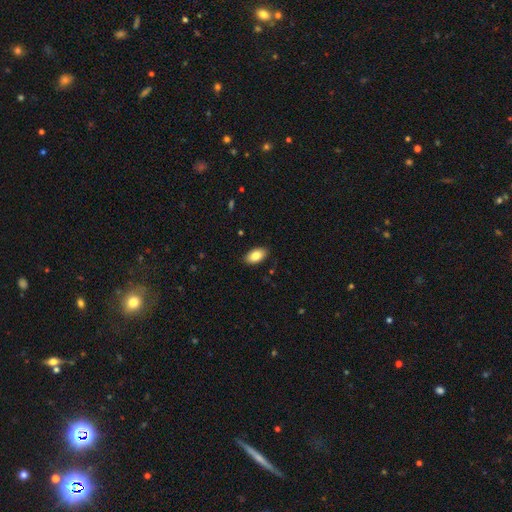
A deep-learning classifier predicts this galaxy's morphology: smooth_or_featured: smooth (p=0.84) [alt: featured or disk p=0.09]
how_rounded: in between (p=0.94) [alt: round p=0.04]
merging: none (p=0.88) [alt: minor disturbance p=0.09]